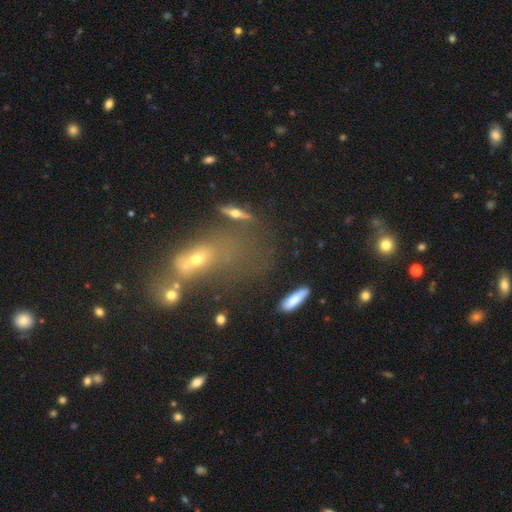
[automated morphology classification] smooth-or-featured: smooth: 39% | star or artifact: 32% | featured or disk: 29%
  merging: merger: 42% | none: 25% | major disturbance: 20% | minor disturbance: 13%